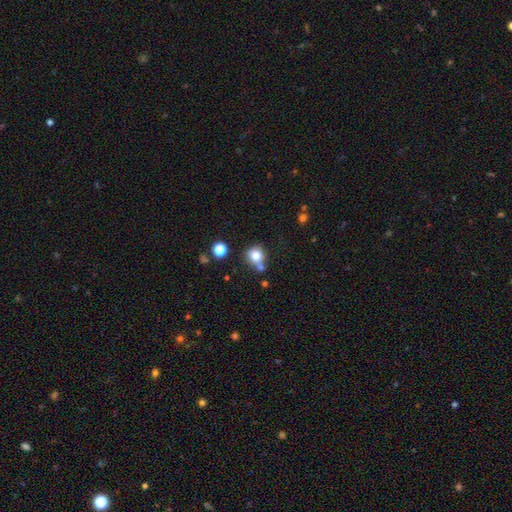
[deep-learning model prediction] Overall: smooth (77%). How rounded: round (86%). Merging: none (60%; merger 21%).